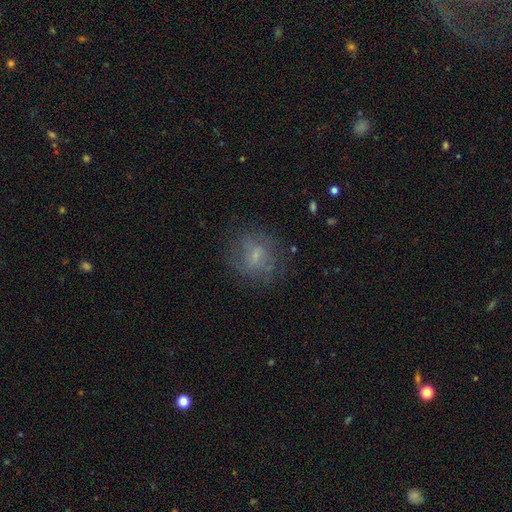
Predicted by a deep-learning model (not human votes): Smooth or featured?
  - smooth: 47% *
  - featured or disk: 41%
  - star or artifact: 12%
Merging?
  - none: 71% *
  - minor disturbance: 17%
  - major disturbance: 11%
  - merger: 2%